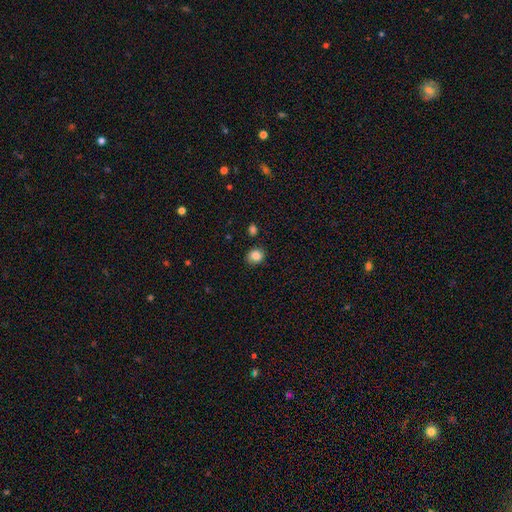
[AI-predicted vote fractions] smooth 85%, star or artifact 10%, featured or disk 6%. Down the decision tree: how rounded — round (68%); merging — none (83%).